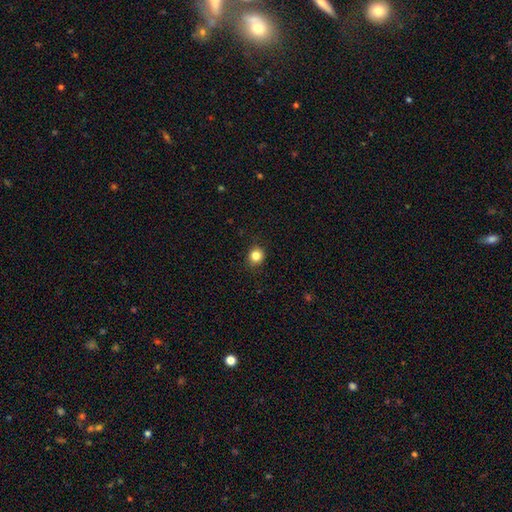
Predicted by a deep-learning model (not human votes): smooth_or_featured: smooth (p=0.84) [alt: star or artifact p=0.11]
how_rounded: round (p=0.85) [alt: in between p=0.14]
merging: none (p=0.89) [alt: minor disturbance p=0.08]